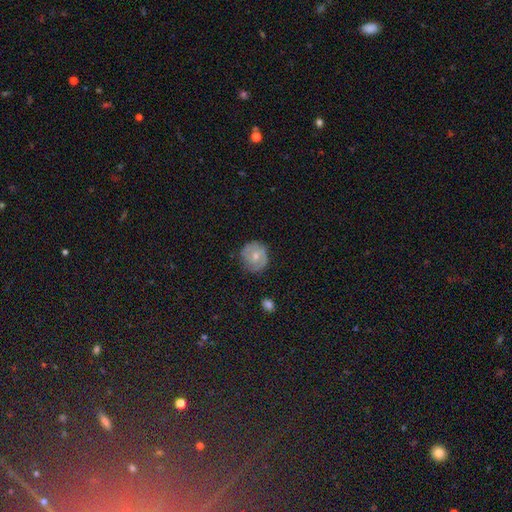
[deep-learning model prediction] Q: Smooth or featured?
A: featured or disk (51%); runner-up: smooth (41%)
Q: Edge-on disk?
A: no (97%); runner-up: yes (3%)
Q: Merging?
A: none (73%); runner-up: minor disturbance (19%)